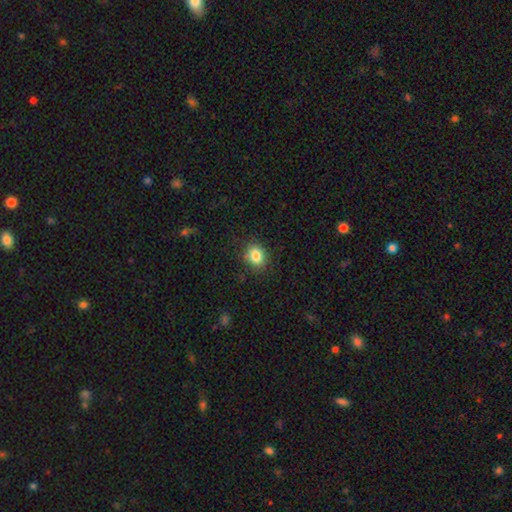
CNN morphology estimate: Smooth or featured? smooth (84%)
How rounded? round (50%)
Merging? none (85%)